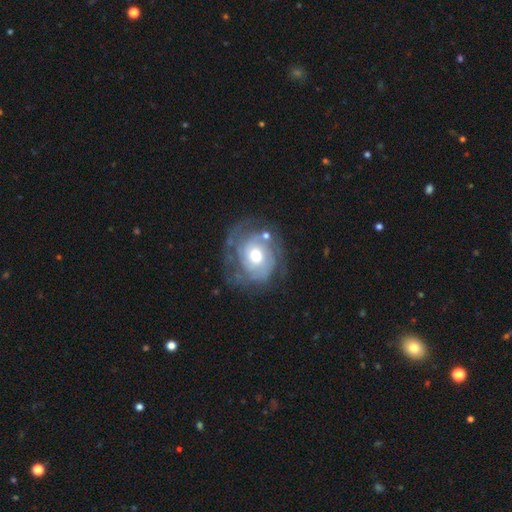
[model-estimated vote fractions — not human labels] Smooth or featured: featured or disk — 79% (smooth — 15%)
Edge-on disk: no — 97% (yes — 3%)
Bar: no — 76% (weak — 20%)
Spiral arms: yes — 89% (no — 11%)
Spiral winding: tight — 66% (medium — 26%)
Spiral arm count: can't tell — 35% (2 — 30%)
Bulge size: moderate — 68% (large — 20%)
Merging: none — 65% (minor disturbance — 20%)